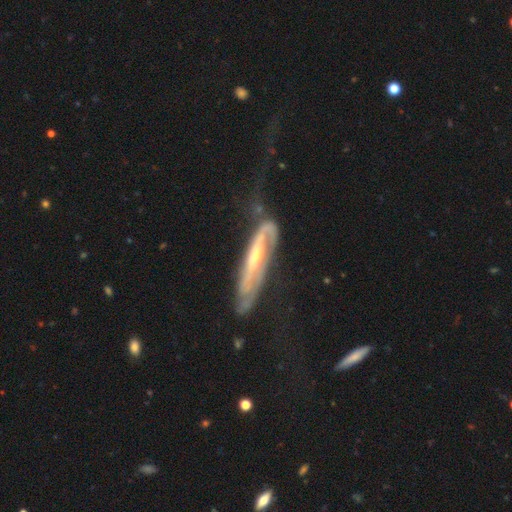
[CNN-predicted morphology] type=featured or disk (80%); edge-on=no (58%); merging=none (44%).